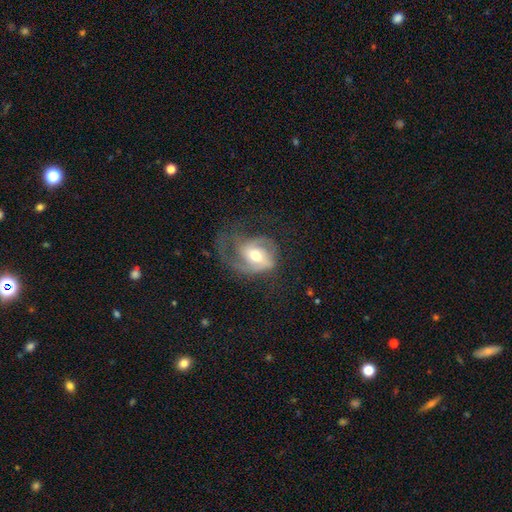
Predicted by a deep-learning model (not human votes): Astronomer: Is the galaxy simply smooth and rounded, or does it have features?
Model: featured or disk — 74%.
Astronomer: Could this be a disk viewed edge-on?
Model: no — 97%.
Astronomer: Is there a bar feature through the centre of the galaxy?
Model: no — 43% (runner-up: weak, 39%).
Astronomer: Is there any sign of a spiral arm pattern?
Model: yes — 88%.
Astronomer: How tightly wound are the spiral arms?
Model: medium — 43% (runner-up: loose, 29%).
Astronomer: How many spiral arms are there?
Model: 2 — 38%, tied with 1 at 38%.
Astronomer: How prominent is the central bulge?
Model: moderate — 71%.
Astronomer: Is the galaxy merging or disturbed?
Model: major disturbance — 41% (runner-up: none, 35%).